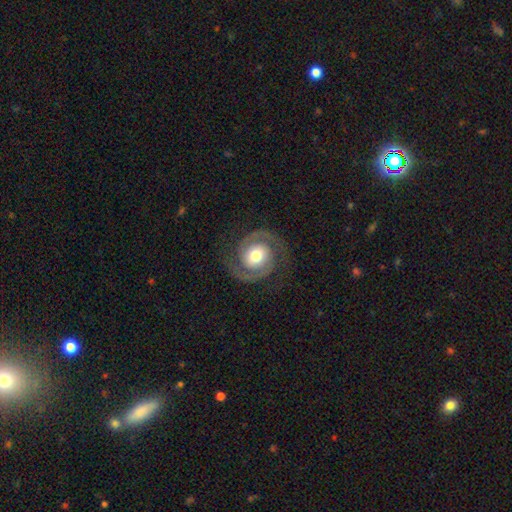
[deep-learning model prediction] Morphology: type=featured or disk (91%); edge-on=no (98%); bar=no (68%); spiral arms=yes (98%); winding=tight (48%); arm count=2 (94%); bulge=moderate (71%); merging=none (85%).